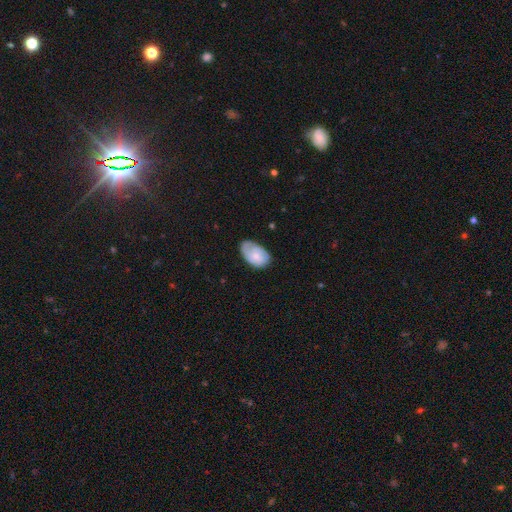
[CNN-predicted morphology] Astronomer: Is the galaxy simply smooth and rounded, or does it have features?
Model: smooth — 62%.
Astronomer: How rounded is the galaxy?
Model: in between — 91%.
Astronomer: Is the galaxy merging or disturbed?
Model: none — 51% (runner-up: minor disturbance, 36%).